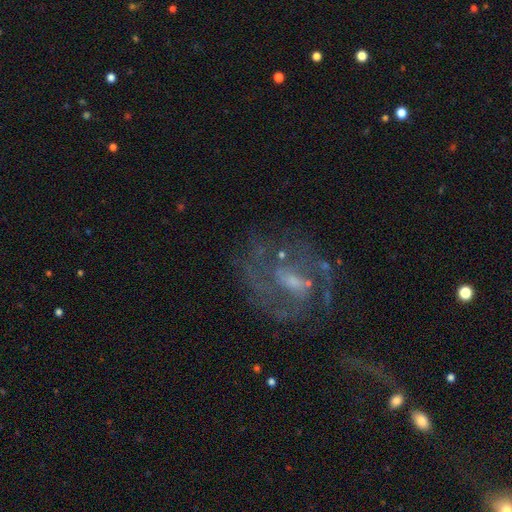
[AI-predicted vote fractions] Overall: featured or disk (75%). Edge-on disk: no (96%). Bar: weak (50%; no 30%). Spiral arms: yes (80%). Spiral arm count: 2 (45%; can't tell 31%). Spiral winding: medium (44%; tight 36%). Bulge size: small (51%; moderate 27%). Merging: none (59%; major disturbance 21%).